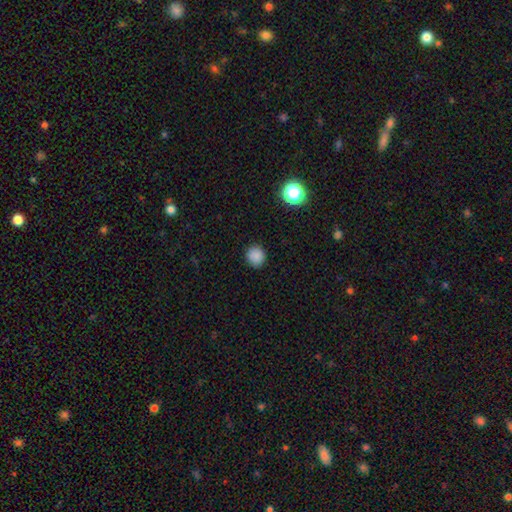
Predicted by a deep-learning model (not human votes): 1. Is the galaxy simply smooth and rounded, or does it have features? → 86% smooth, 11% star or artifact, 3% featured or disk.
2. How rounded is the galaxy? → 89% round, 10% in between, 1% cigar-shaped.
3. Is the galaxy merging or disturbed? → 90% none, 7% minor disturbance, 2% major disturbance, 1% merger.